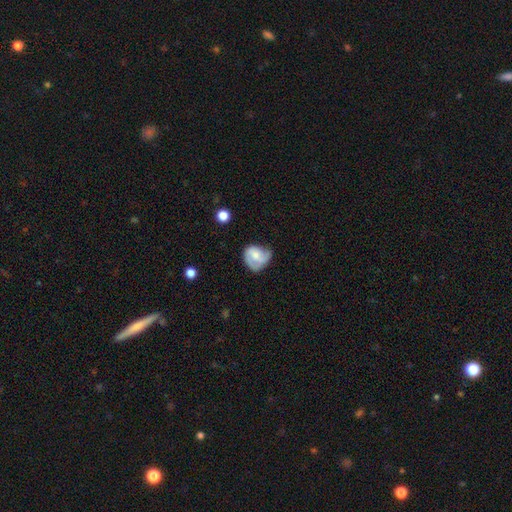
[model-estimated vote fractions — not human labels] This is possibly a smooth galaxy (49%). Merging: marginally none (41%).